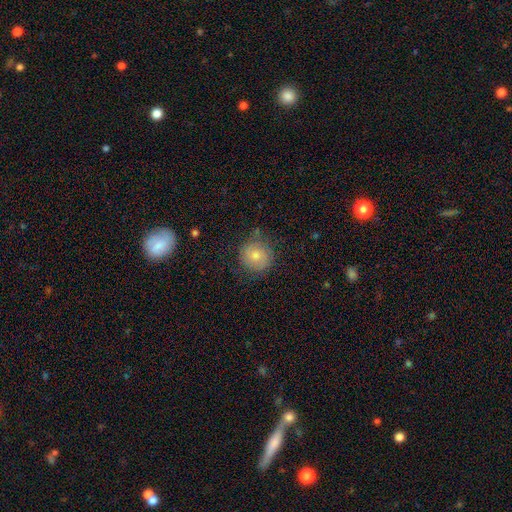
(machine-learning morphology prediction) Smooth or featured: smooth — 70% (featured or disk — 21%)
How rounded: round — 91% (in between — 8%)
Merging: none — 74% (minor disturbance — 18%)